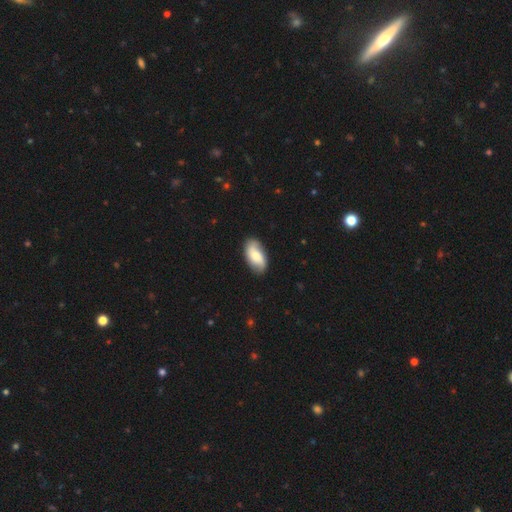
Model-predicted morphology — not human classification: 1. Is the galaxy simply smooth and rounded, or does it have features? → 51% smooth, 42% featured or disk, 7% star or artifact.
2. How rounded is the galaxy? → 93% in between, 4% cigar-shaped, 3% round.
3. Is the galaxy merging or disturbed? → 82% none, 14% minor disturbance, 3% major disturbance, 1% merger.